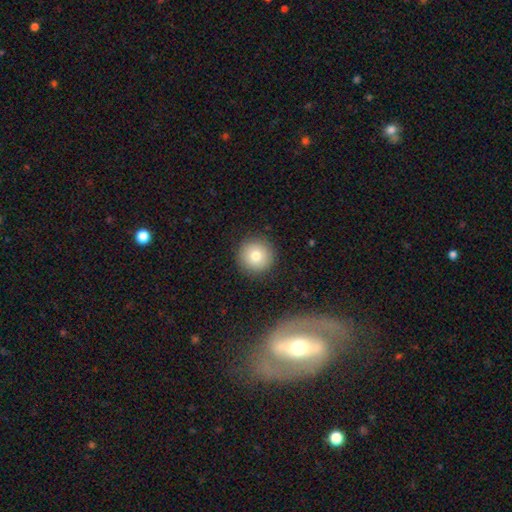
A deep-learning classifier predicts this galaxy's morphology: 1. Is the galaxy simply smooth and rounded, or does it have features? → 78% smooth, 12% featured or disk, 10% star or artifact.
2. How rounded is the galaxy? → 95% round, 4% in between, 1% cigar-shaped.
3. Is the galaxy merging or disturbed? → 91% none, 6% minor disturbance, 2% major disturbance, 1% merger.